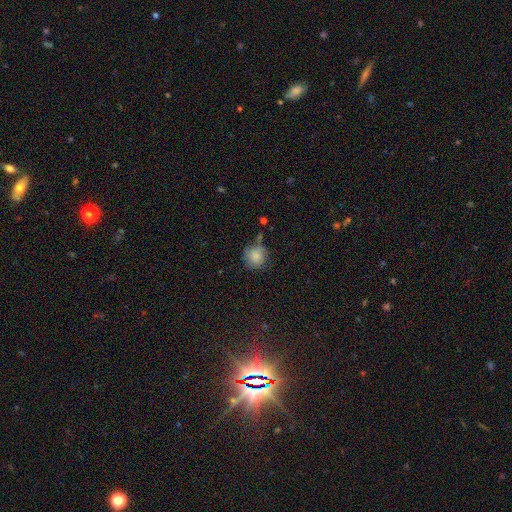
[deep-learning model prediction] Smooth or featured? Predicted: smooth (p=0.81). How rounded? Predicted: round (p=0.89). Merging? Predicted: none (p=0.61).